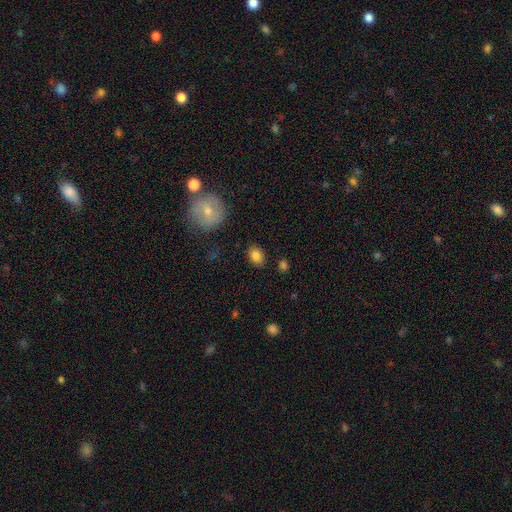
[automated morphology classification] Smooth or featured: smooth — 84% (star or artifact — 9%)
How rounded: in between — 61% (round — 38%)
Merging: none — 85% (minor disturbance — 10%)